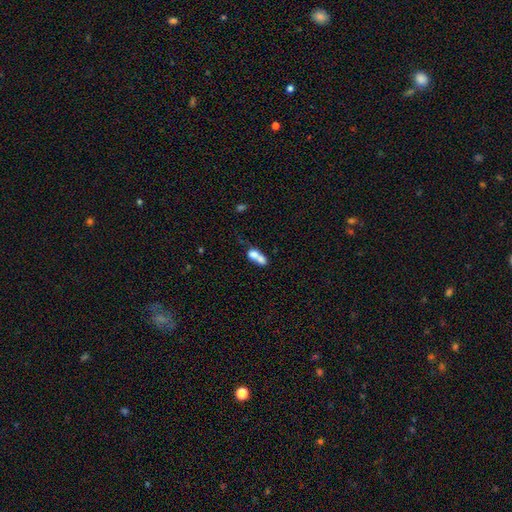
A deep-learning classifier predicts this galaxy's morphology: Q: Smooth or featured?
A: smooth (67%); runner-up: featured or disk (23%)
Q: How rounded?
A: in between (64%); runner-up: round (26%)
Q: Merging?
A: merger (72%); runner-up: none (16%)